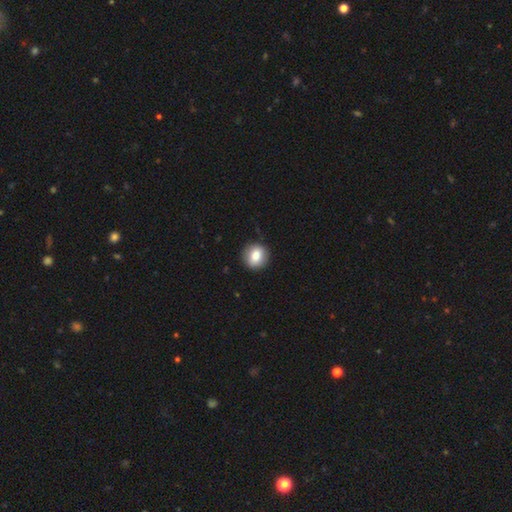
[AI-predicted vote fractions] The model was most divided on "how rounded": round: 83%, in between: 16%, cigar-shaped: 1%. More confident: merging — none (89%); smooth or featured — smooth (82%).